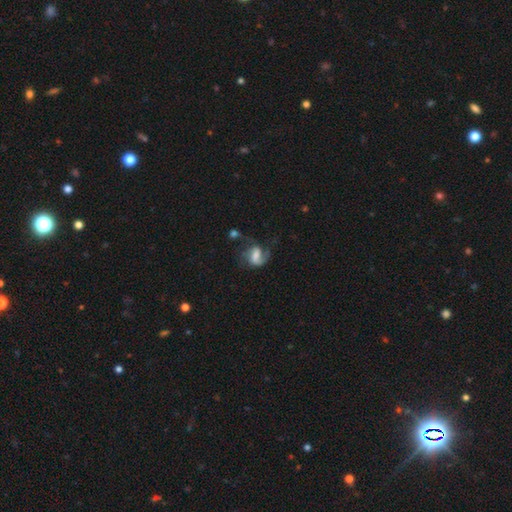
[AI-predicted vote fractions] Q: Smooth or featured?
A: featured or disk (71%); runner-up: smooth (21%)
Q: Edge-on disk?
A: no (98%); runner-up: yes (2%)
Q: Bar?
A: weak (46%); runner-up: no (27%)
Q: Spiral arms?
A: yes (91%); runner-up: no (9%)
Q: Spiral winding?
A: medium (44%); runner-up: loose (39%)
Q: Spiral arm count?
A: 2 (58%); runner-up: 1 (29%)
Q: Bulge size?
A: moderate (30%); runner-up: large (27%)
Q: Merging?
A: none (41%); runner-up: major disturbance (31%)